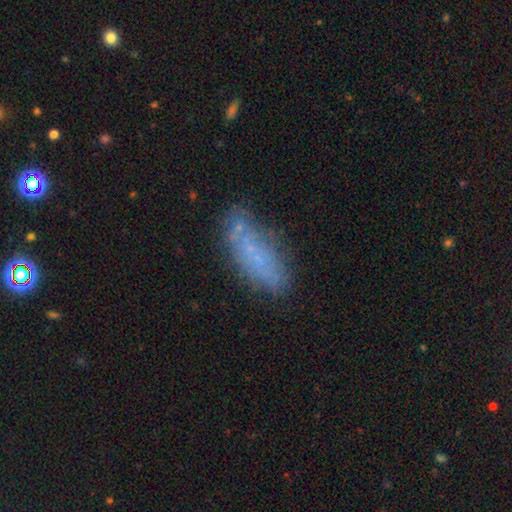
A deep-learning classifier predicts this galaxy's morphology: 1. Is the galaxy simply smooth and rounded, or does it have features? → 53% smooth, 36% featured or disk, 12% star or artifact.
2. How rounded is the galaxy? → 65% in between, 31% cigar-shaped, 3% round.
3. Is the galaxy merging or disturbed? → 62% none, 22% minor disturbance, 9% major disturbance, 7% merger.